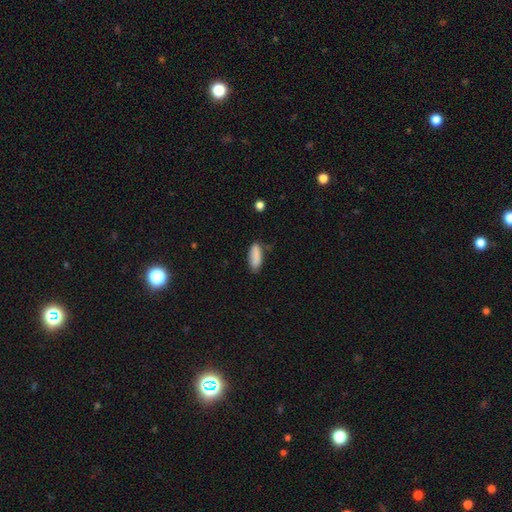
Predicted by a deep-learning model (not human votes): Smooth or featured?
  - smooth: 87% *
  - star or artifact: 7%
  - featured or disk: 6%
How rounded?
  - in between: 63% *
  - cigar-shaped: 36%
  - round: 2%
Merging?
  - none: 70% *
  - minor disturbance: 23%
  - major disturbance: 4%
  - merger: 3%